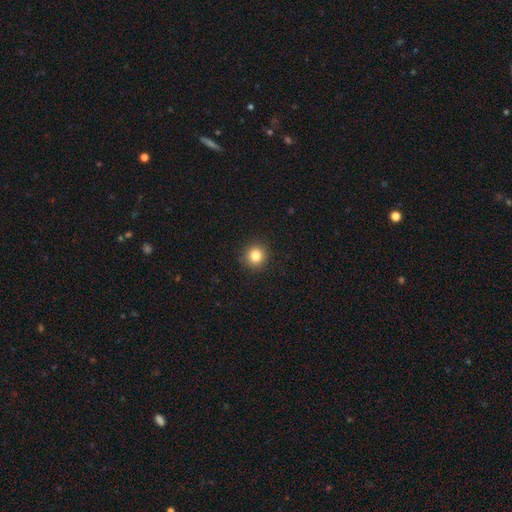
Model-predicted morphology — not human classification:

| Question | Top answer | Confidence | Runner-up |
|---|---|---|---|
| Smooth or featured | smooth | 83% | star or artifact (11%) |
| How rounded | round | 94% | in between (5%) |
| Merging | none | 92% | minor disturbance (5%) |